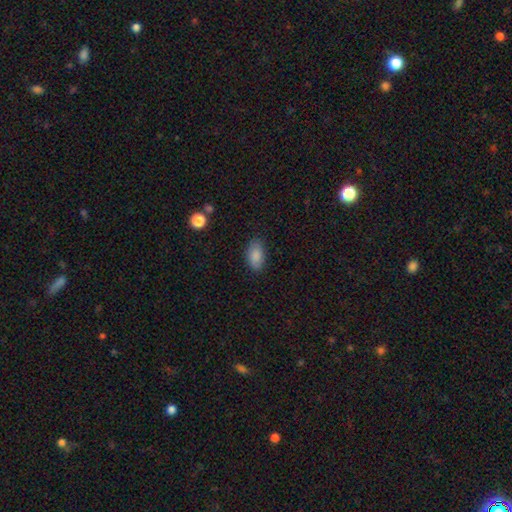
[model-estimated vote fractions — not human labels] Smooth or featured?
  - smooth: 87% *
  - star or artifact: 7%
  - featured or disk: 6%
How rounded?
  - in between: 93% *
  - round: 5%
  - cigar-shaped: 2%
Merging?
  - none: 85% *
  - minor disturbance: 11%
  - major disturbance: 3%
  - merger: 1%